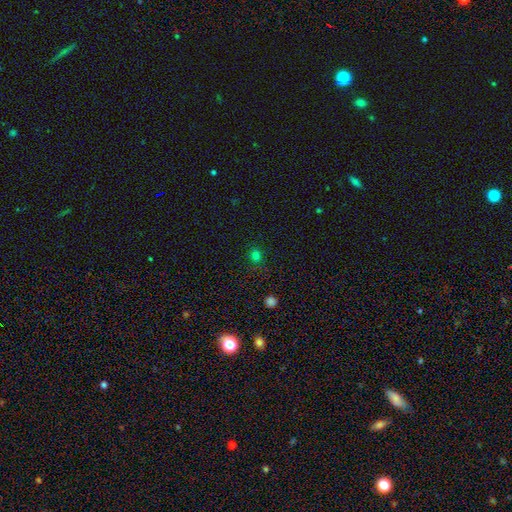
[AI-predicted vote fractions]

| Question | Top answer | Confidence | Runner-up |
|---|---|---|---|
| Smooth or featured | smooth | 74% | star or artifact (21%) |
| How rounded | round | 80% | in between (19%) |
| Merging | none | 85% | minor disturbance (10%) |